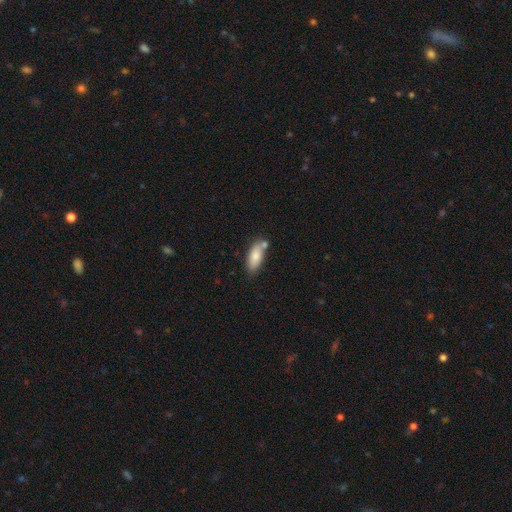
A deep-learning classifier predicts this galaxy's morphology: smooth-or-featured: smooth: 81% | featured or disk: 13% | star or artifact: 7%
  how-rounded: in between: 80% | cigar-shaped: 18% | round: 2%
  merging: none: 60% | merger: 19% | minor disturbance: 17% | major disturbance: 4%